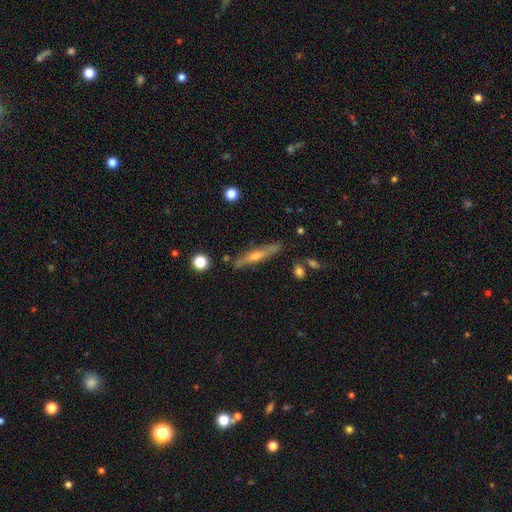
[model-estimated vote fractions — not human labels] This appears to be a featured or disk galaxy (60%) viewed edge-on (93%) with a rounded central bulge (81%). Merging: none (84%).